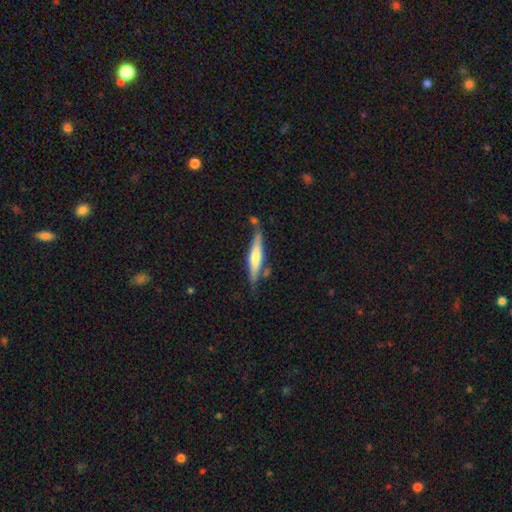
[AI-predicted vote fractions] Smooth or featured?
  - featured or disk: 49% *
  - smooth: 46%
  - star or artifact: 5%
Merging?
  - none: 65% *
  - minor disturbance: 20%
  - merger: 10%
  - major disturbance: 5%